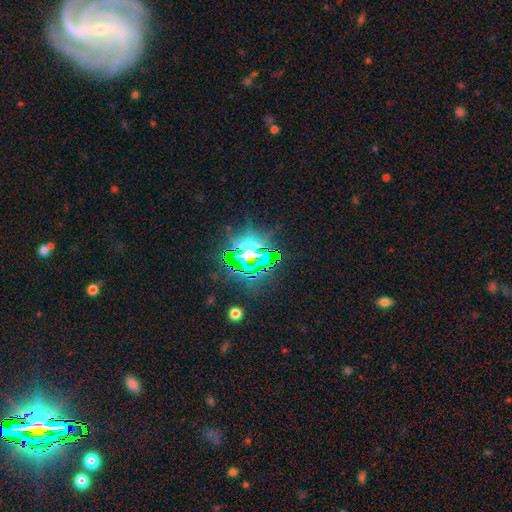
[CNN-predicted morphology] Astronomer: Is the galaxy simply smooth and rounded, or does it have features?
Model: star or artifact — 83%.